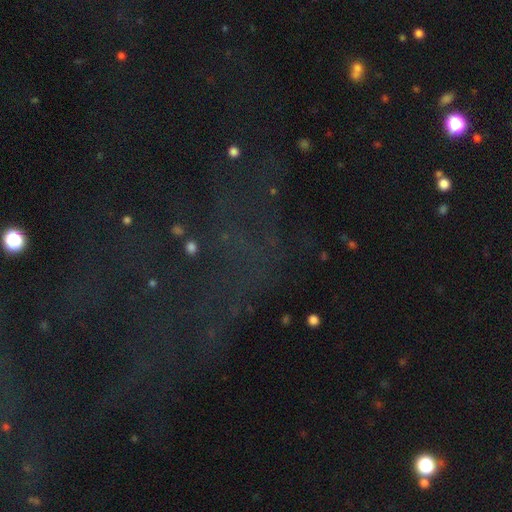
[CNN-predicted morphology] smooth_or_featured: star or artifact (p=0.70) [alt: smooth p=0.15]